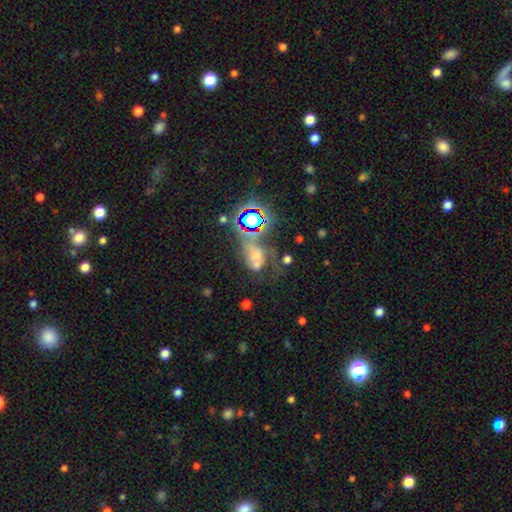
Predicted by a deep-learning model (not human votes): Morphology: type=star or artifact (52%).